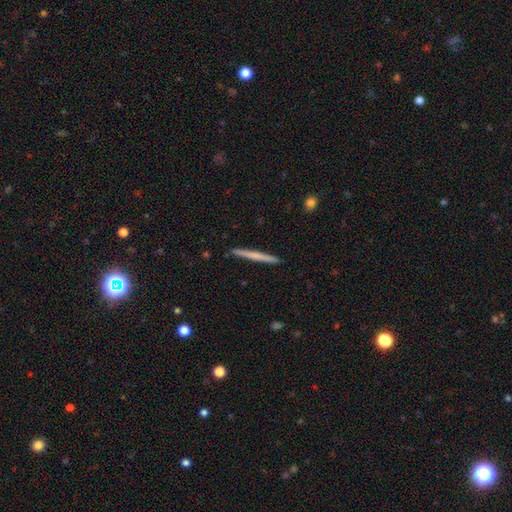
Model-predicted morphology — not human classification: Overall: smooth (57%; featured or disk 38%). How rounded: cigar-shaped (97%). Merging: none (92%).